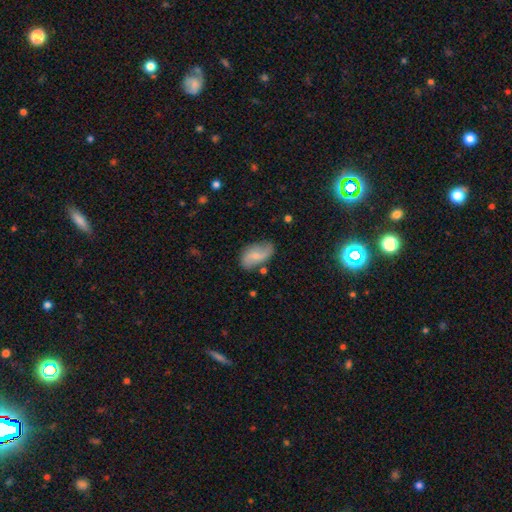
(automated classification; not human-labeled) smooth-or-featured: featured or disk: 47% | smooth: 46% | star or artifact: 7%
  merging: none: 64% | minor disturbance: 25% | major disturbance: 7% | merger: 4%